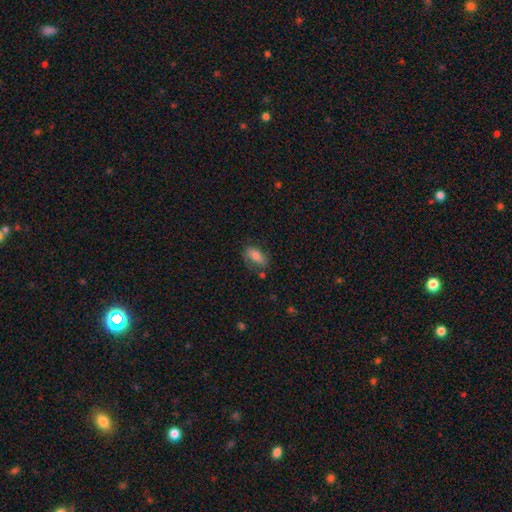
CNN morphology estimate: A smooth galaxy with no disk features (73%) that is in between round and cigar-shaped (87%).

Vote fractions:
- Smooth or featured? smooth: 73% / featured or disk: 19% / star or artifact: 8%
- How rounded? in between: 87% / cigar-shaped: 7% / round: 6%
- Merging? none: 60% / minor disturbance: 25% / major disturbance: 9% / merger: 5%